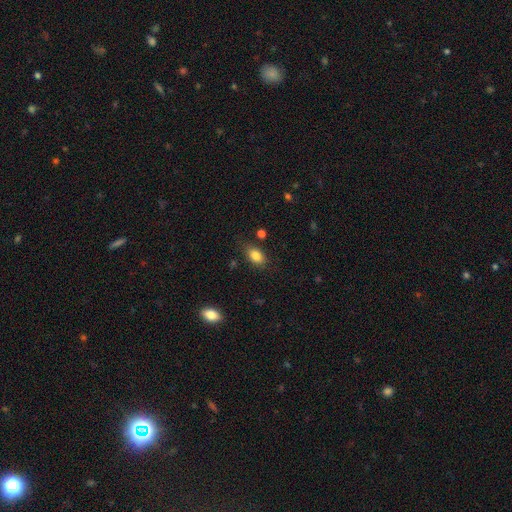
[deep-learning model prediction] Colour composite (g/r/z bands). It shows a smooth galaxy with no disk features (84%) that is in between round and cigar-shaped (87%). Merging: none (78%).